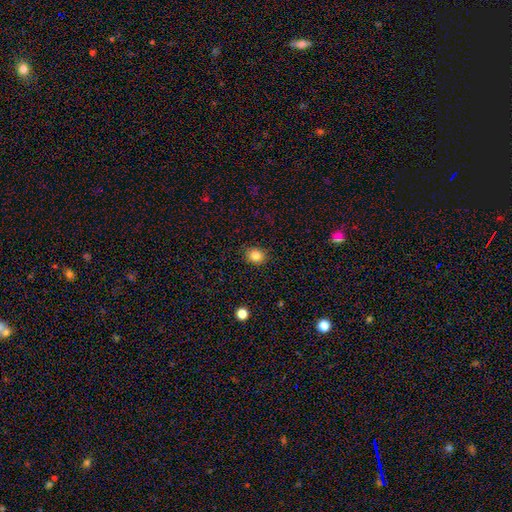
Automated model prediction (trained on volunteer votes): A smooth galaxy with no disk features (84%) that is round (69%).

Vote fractions:
- Smooth or featured? smooth: 84% / star or artifact: 11% / featured or disk: 5%
- How rounded? round: 69% / in between: 30% / cigar-shaped: 1%
- Merging? none: 87% / minor disturbance: 10% / major disturbance: 2% / merger: 1%